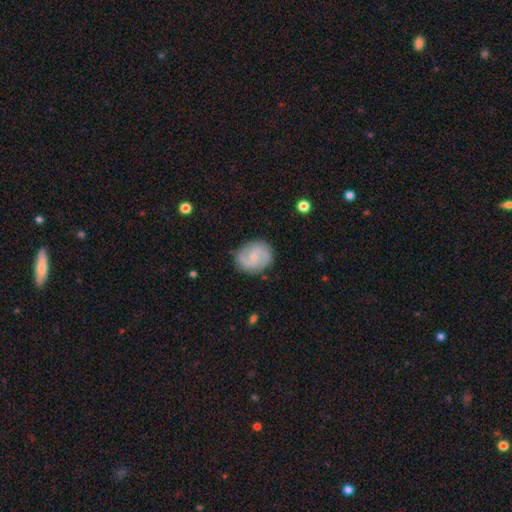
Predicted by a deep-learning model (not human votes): This is likely a featured or disk galaxy (73%). It is clearly not viewed edge-on (98%). Bar: possibly no (48%). Spiral arm pattern: clearly yes (94%). Spiral arm count: clearly 2 (88%). Spiral winding: possibly medium (52%). Central bulge: likely small (64%). Merging: clearly none (81%).